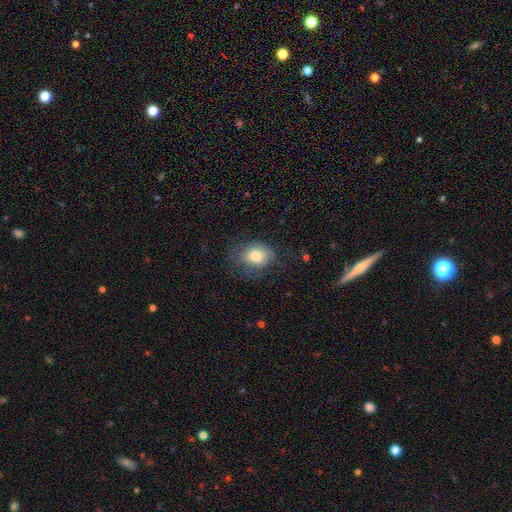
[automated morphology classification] smooth_or_featured: smooth (p=0.73) [alt: featured or disk p=0.19]
how_rounded: in between (p=0.58) [alt: round p=0.41]
merging: none (p=0.55) [alt: minor disturbance p=0.26]